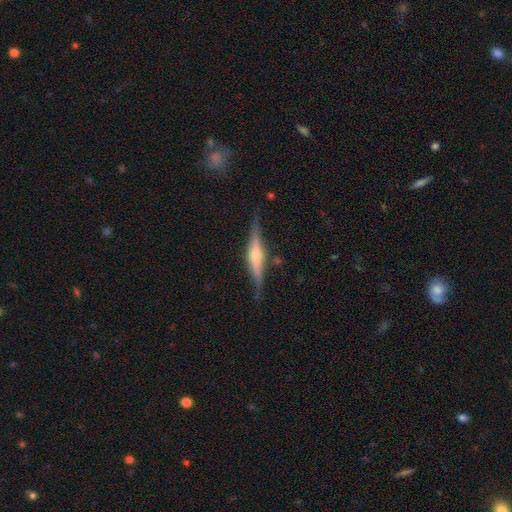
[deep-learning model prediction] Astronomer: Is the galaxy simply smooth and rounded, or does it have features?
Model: featured or disk — 77%.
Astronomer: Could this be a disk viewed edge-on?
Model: yes — 97%.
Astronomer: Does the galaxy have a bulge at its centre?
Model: rounded — 82%.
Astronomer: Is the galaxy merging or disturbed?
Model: none — 81%.